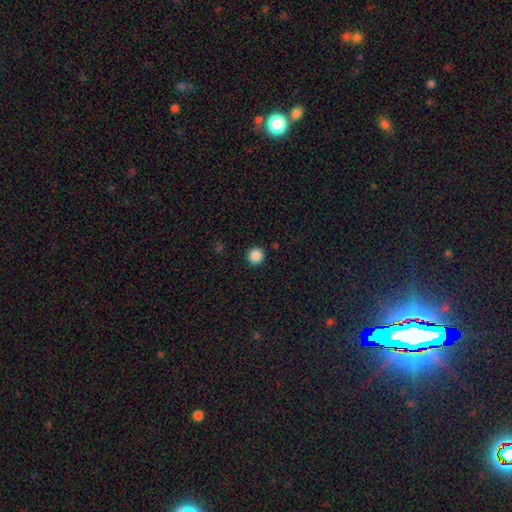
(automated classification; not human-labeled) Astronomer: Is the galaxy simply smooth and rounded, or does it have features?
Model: smooth — 87%.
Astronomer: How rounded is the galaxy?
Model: round — 95%.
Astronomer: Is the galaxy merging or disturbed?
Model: none — 92%.